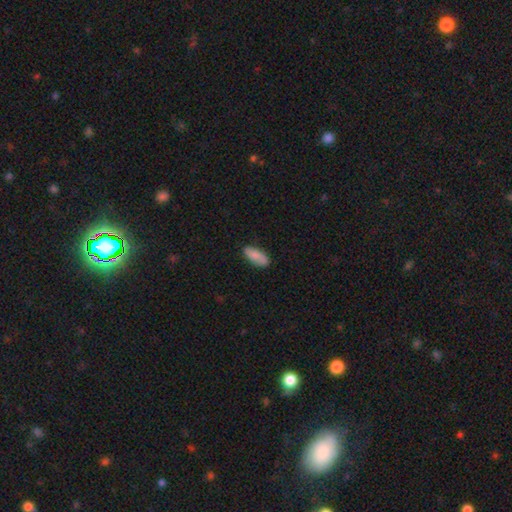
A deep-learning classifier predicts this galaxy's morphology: Smooth or featured? smooth (82%)
How rounded? in between (83%)
Merging? none (82%)